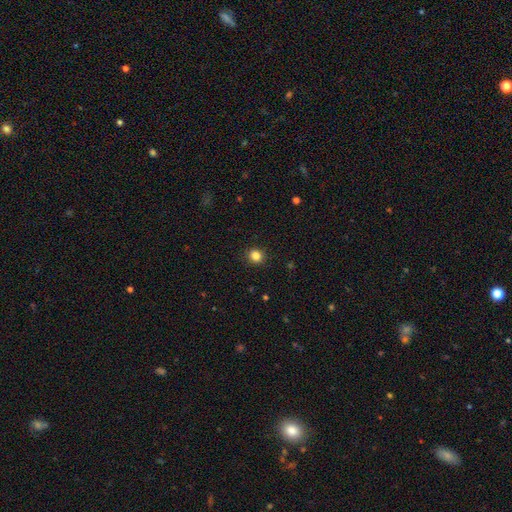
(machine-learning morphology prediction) Smooth or featured? smooth (84%)
How rounded? round (88%)
Merging? none (92%)